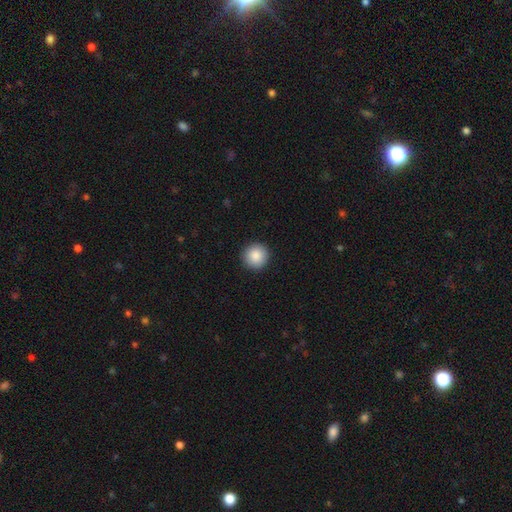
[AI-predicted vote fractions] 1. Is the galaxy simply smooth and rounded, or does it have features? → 88% smooth, 8% star or artifact, 4% featured or disk.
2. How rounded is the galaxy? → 95% round, 4% in between, 1% cigar-shaped.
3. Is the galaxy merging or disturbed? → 93% none, 5% minor disturbance, 2% major disturbance, 1% merger.